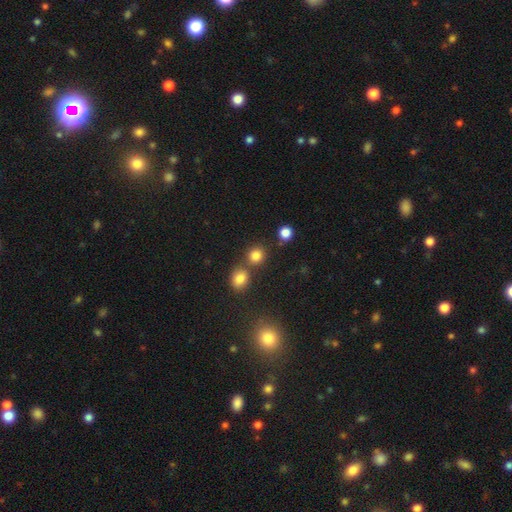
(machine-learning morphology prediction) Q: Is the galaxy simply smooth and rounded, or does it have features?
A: smooth — 81%.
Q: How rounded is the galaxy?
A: round — 84%.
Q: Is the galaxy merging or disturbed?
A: none — 67%.